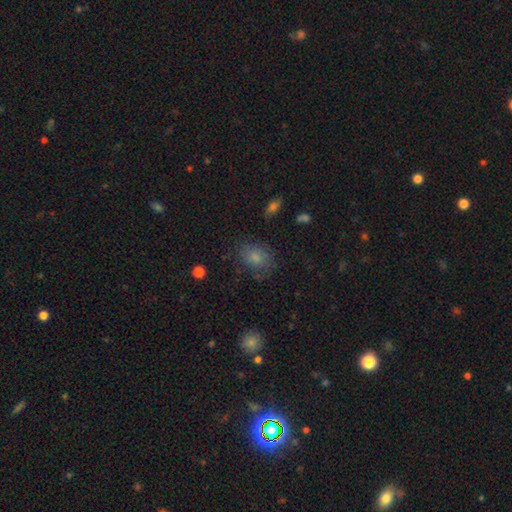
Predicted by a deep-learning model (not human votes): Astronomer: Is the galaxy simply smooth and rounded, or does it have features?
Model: smooth — 71%.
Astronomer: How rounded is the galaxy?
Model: in between — 61% (runner-up: round, 38%).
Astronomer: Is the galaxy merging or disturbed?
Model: none — 69%.